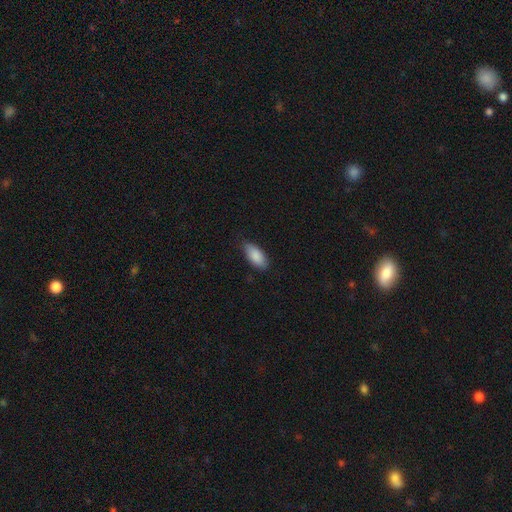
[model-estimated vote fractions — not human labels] Overall: smooth (87%). How rounded: in between (88%). Merging: none (75%).